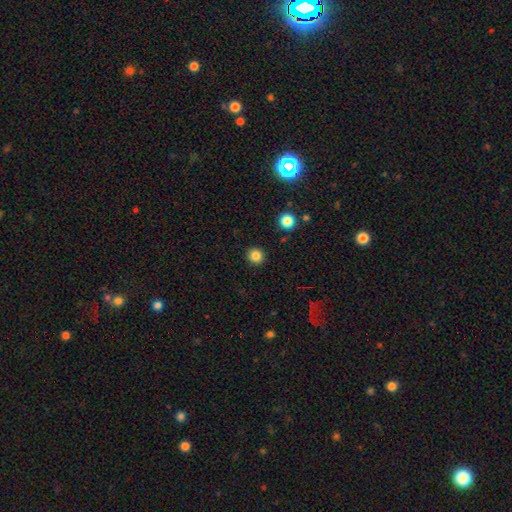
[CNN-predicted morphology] type=smooth (84%); roundness=round (93%); merging=none (92%).